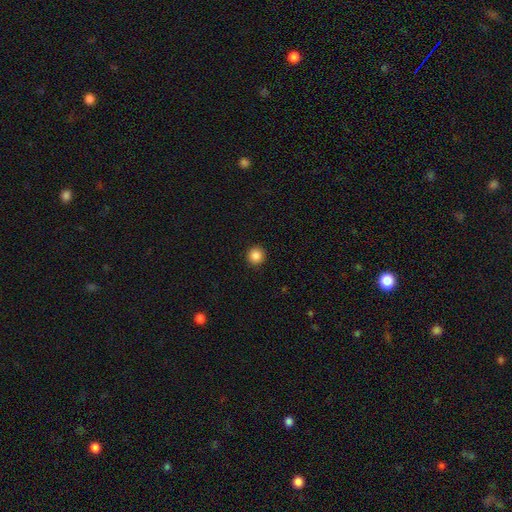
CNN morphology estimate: Smooth or featured? smooth (87%)
How rounded? round (94%)
Merging? none (93%)